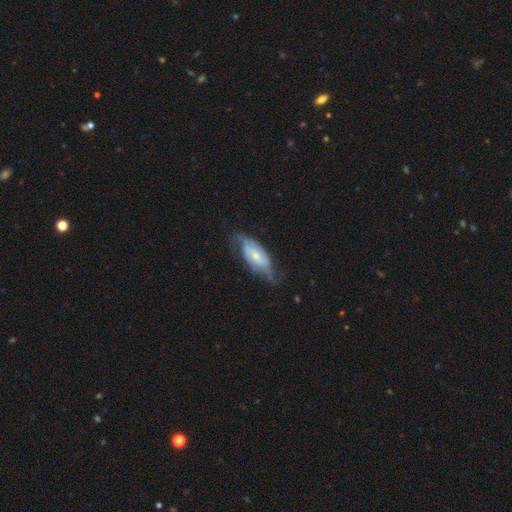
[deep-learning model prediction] Overall: featured or disk (68%). Edge-on disk: no (87%). Bar: no (54%; weak 36%). Spiral arms: yes (82%). Bulge size: small (46%; moderate 45%). Merging: none (53%; minor disturbance 30%).